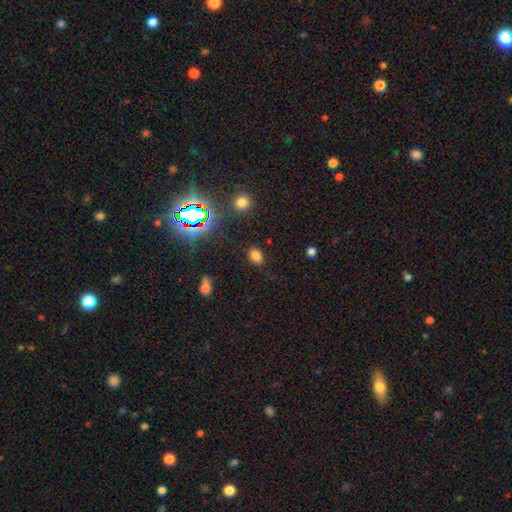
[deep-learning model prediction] smooth 76%, star or artifact 18%, featured or disk 6%. Down the decision tree: how rounded — in between (83%); merging — none (86%).